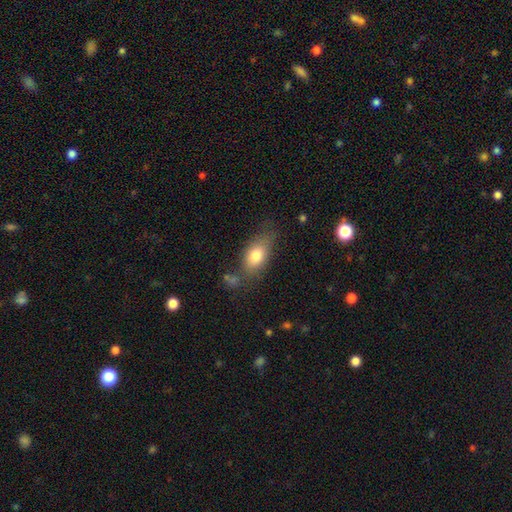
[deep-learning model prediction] smooth 76%, featured or disk 15%, star or artifact 8%. Down the decision tree: how rounded — in between (83%); merging — none (62%).